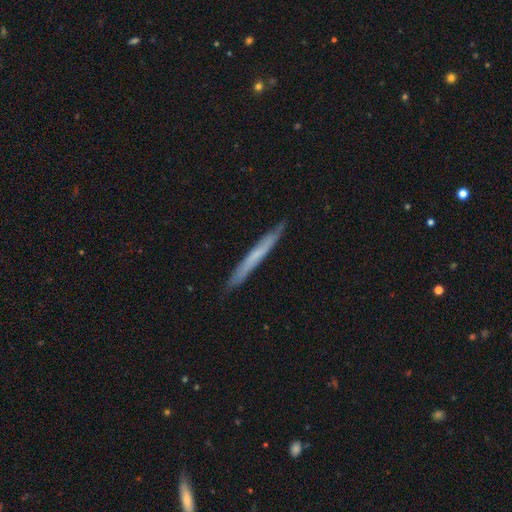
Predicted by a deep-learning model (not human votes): Q: Smooth or featured?
A: smooth (49%); runner-up: featured or disk (45%)
Q: Merging?
A: none (88%); runner-up: minor disturbance (10%)